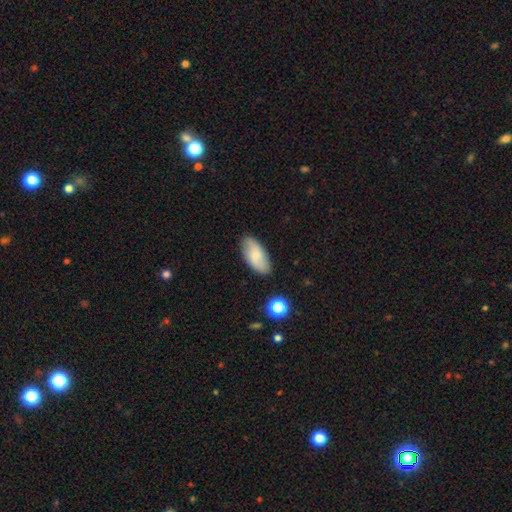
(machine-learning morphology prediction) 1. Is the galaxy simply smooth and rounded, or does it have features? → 72% smooth, 21% featured or disk, 7% star or artifact.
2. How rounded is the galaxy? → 91% in between, 6% cigar-shaped, 3% round.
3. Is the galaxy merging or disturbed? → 84% none, 12% minor disturbance, 2% major disturbance, 2% merger.